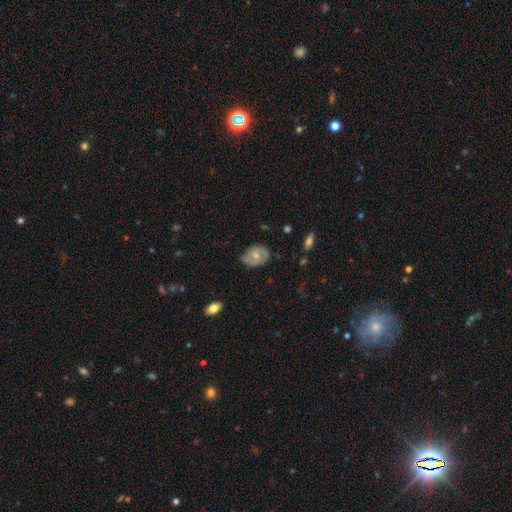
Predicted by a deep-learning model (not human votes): This is likely a featured or disk galaxy (61%). It is clearly not viewed edge-on (96%). Bar: possibly no (52%). Spiral arm pattern: likely yes (76%). Central bulge: possibly moderate (52%). Merging: likely none (74%).